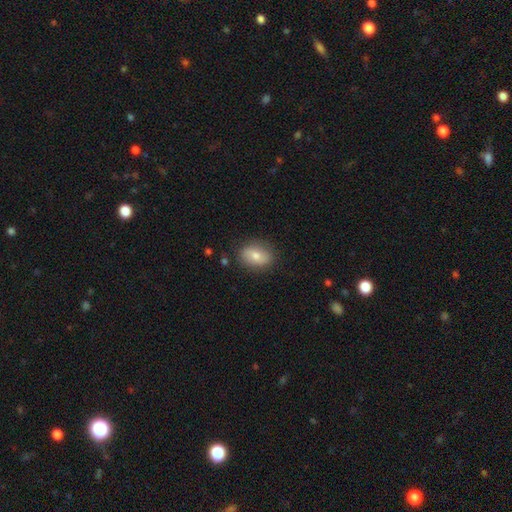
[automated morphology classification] Overall: smooth (73%). How rounded: in between (75%). Merging: none (83%).